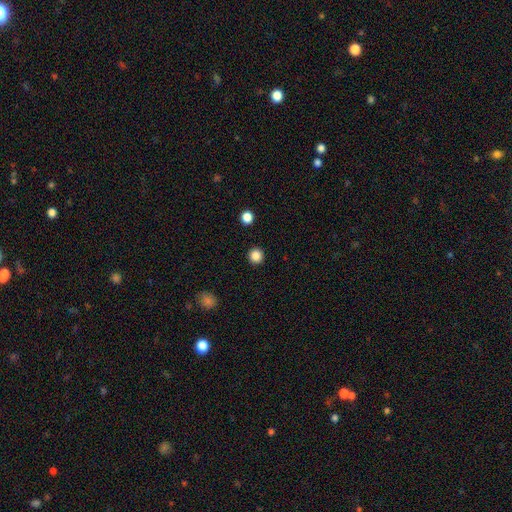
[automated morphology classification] The model was most divided on "smooth or featured": smooth: 86%, star or artifact: 11%, featured or disk: 3%. More confident: how rounded — round (95%); merging — none (93%).